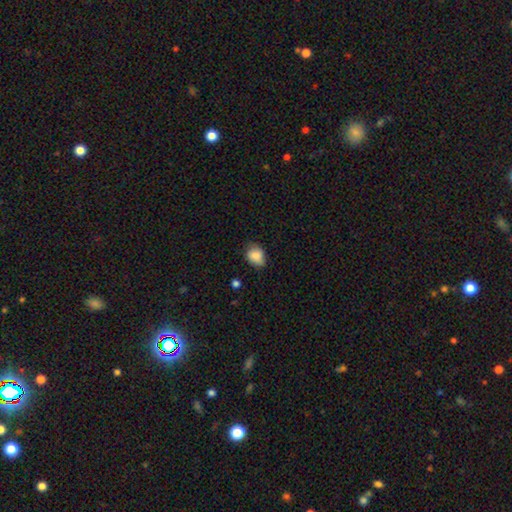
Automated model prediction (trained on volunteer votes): smooth_or_featured: smooth (p=0.85) [alt: star or artifact p=0.08]
how_rounded: in between (p=0.53) [alt: round p=0.46]
merging: none (p=0.65) [alt: minor disturbance p=0.28]